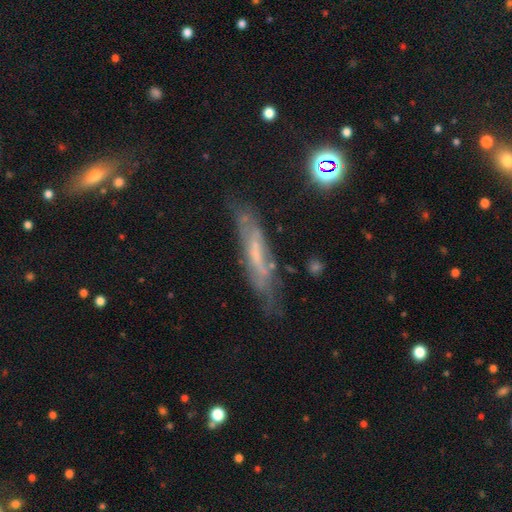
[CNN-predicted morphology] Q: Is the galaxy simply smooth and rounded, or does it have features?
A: featured or disk — 57%.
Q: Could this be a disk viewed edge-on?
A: yes — 52%.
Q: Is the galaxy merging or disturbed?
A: none — 59%.